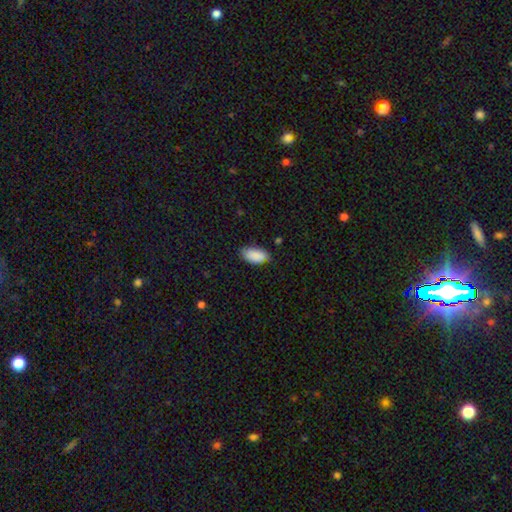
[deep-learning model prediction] smooth 88%, star or artifact 6%, featured or disk 6%. Down the decision tree: how rounded — in between (94%); merging — none (72%).